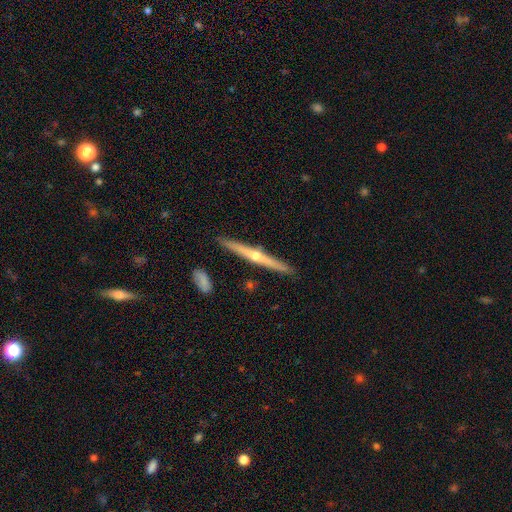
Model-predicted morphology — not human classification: Smooth or featured? featured or disk (76%)
Edge-on disk? yes (98%)
Edge-on bulge? rounded (89%)
Merging? none (91%)